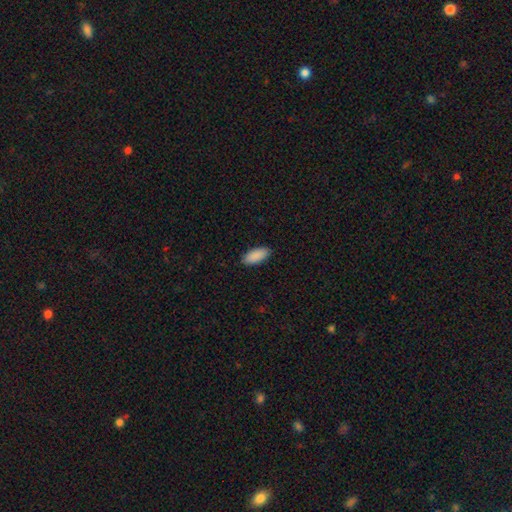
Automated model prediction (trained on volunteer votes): Smooth or featured?
  - smooth: 91% *
  - star or artifact: 6%
  - featured or disk: 3%
How rounded?
  - in between: 86% *
  - cigar-shaped: 12%
  - round: 2%
Merging?
  - none: 89% *
  - minor disturbance: 8%
  - major disturbance: 2%
  - merger: 1%